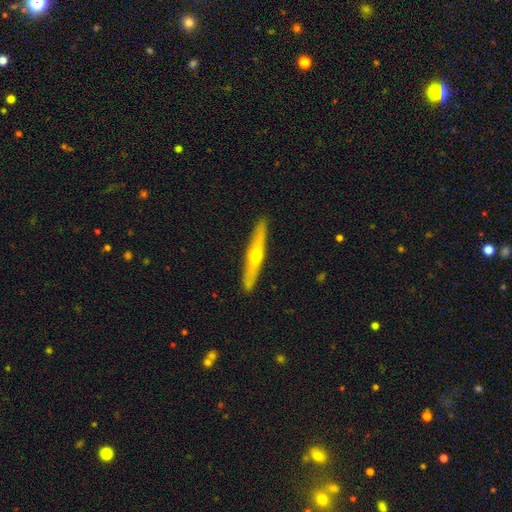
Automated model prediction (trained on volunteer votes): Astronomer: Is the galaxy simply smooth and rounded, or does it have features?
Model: featured or disk — 66%.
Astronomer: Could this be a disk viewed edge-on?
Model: yes — 94%.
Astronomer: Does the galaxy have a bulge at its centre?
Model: rounded — 88%.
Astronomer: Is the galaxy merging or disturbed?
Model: none — 91%.